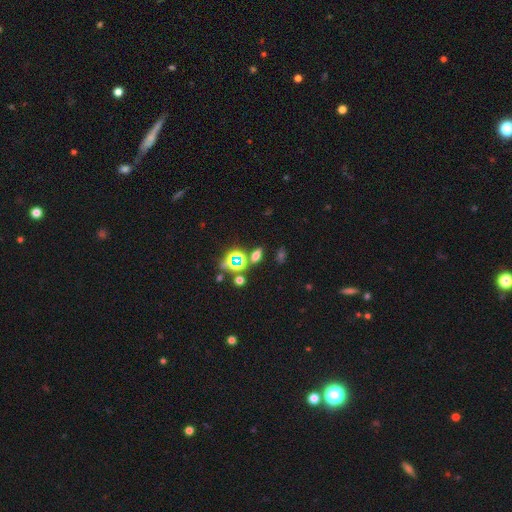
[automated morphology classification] smooth_or_featured: smooth (p=0.46) [alt: star or artifact p=0.40]
merging: none (p=0.76) [alt: merger p=0.10]